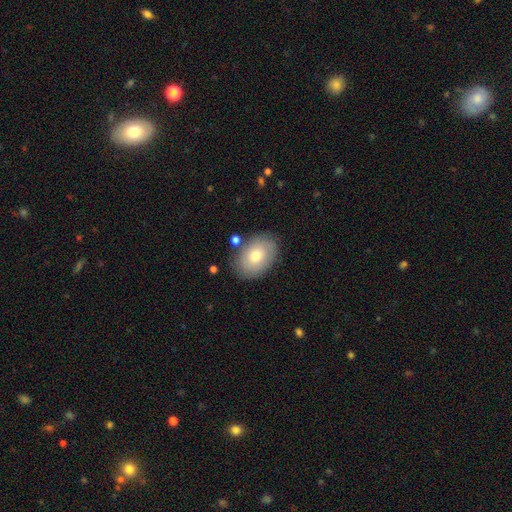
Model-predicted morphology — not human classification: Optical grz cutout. It shows a smooth galaxy with no disk features (69%) that is in between round and cigar-shaped (78%). Merging: none (82%).